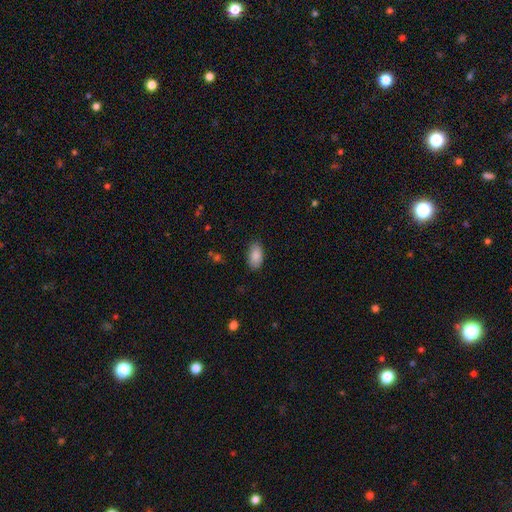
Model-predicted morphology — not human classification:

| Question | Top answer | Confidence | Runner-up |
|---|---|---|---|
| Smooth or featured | smooth | 88% | star or artifact (6%) |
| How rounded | in between | 94% | round (4%) |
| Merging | none | 87% | minor disturbance (10%) |